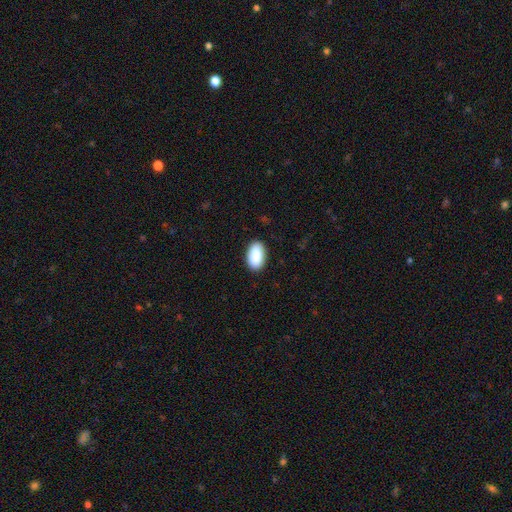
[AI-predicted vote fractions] Morphology: type=smooth (90%); roundness=in between (95%); merging=none (89%).